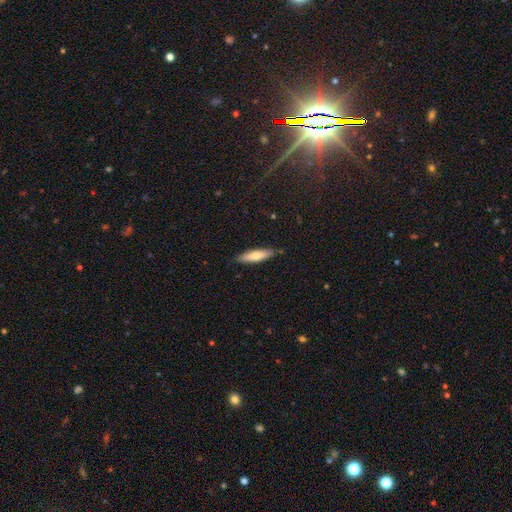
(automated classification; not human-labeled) smooth-or-featured: smooth: 68% | featured or disk: 26% | star or artifact: 6%
  how-rounded: cigar-shaped: 72% | in between: 27% | round: 2%
  merging: none: 86% | minor disturbance: 11% | major disturbance: 2% | merger: 1%